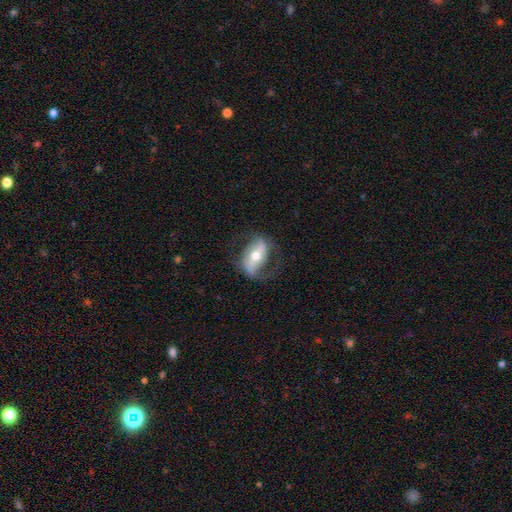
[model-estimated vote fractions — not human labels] The model was most divided on "spiral winding": loose: 50%, medium: 37%, tight: 14%. More confident: edge-on disk — no (91%); spiral arms — yes (83%); spiral arm count — 2 (83%); smooth or featured — featured or disk (74%); bulge size — moderate (67%); merging — none (66%); bar — strong (54%).